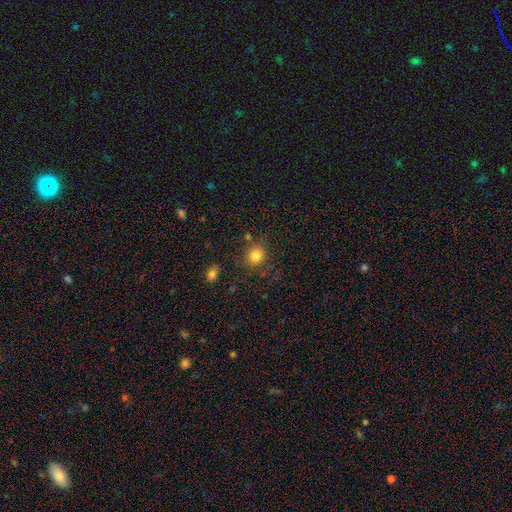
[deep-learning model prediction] The model was most divided on "how rounded": round: 79%, in between: 20%, cigar-shaped: 1%. More confident: smooth or featured — smooth (82%); merging — none (79%).